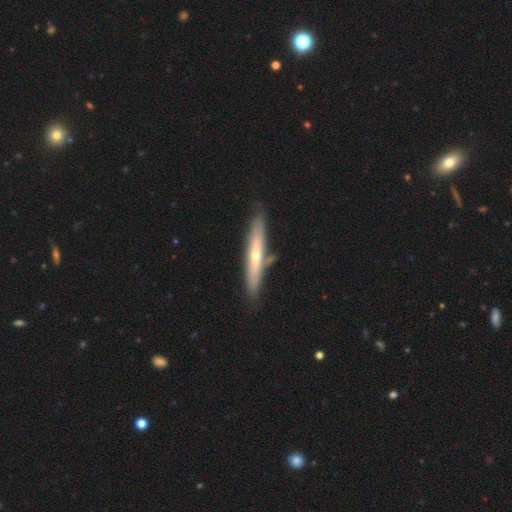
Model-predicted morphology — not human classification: smooth_or_featured: featured or disk (p=0.57) [alt: smooth p=0.38]
disk_edge_on: yes (p=0.85) [alt: no p=0.15]
merging: none (p=0.79) [alt: minor disturbance p=0.13]